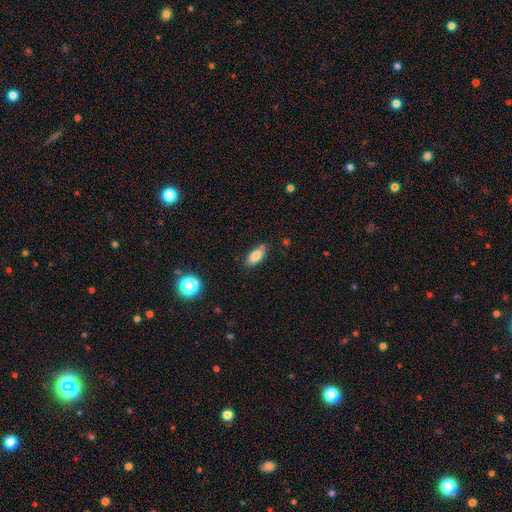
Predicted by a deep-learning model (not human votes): A smooth galaxy with no disk features (84%) that is in between round and cigar-shaped (86%).

Vote fractions:
- Smooth or featured? smooth: 84% / star or artifact: 8% / featured or disk: 8%
- How rounded? in between: 86% / cigar-shaped: 11% / round: 3%
- Merging? none: 78% / minor disturbance: 16% / major disturbance: 3% / merger: 3%